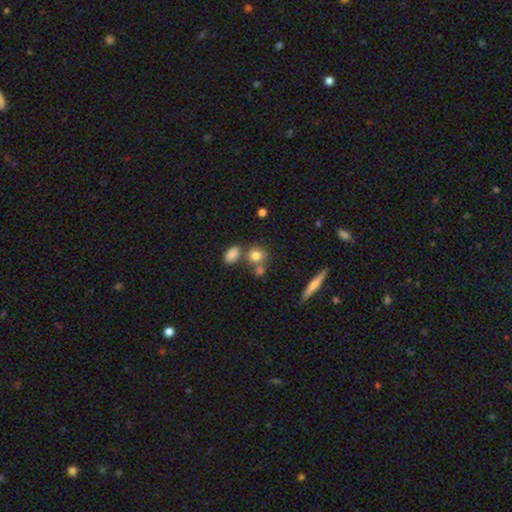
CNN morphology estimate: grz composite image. It shows a smooth galaxy with no disk features (79%) that is round (64%). Merging: none (59%).